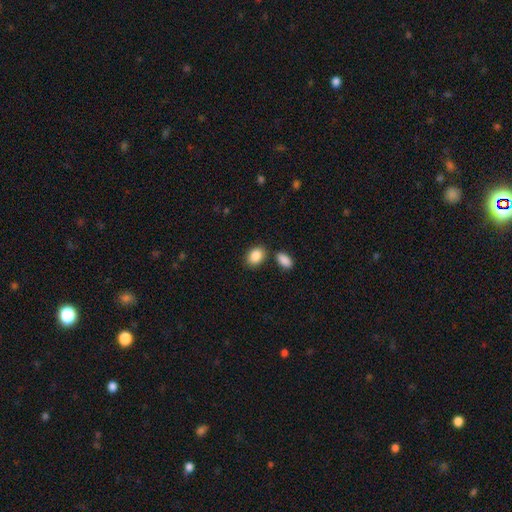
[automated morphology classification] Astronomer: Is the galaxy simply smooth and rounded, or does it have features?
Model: smooth — 88%.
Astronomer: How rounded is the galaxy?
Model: in between — 76%.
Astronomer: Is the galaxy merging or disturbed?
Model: none — 75%.